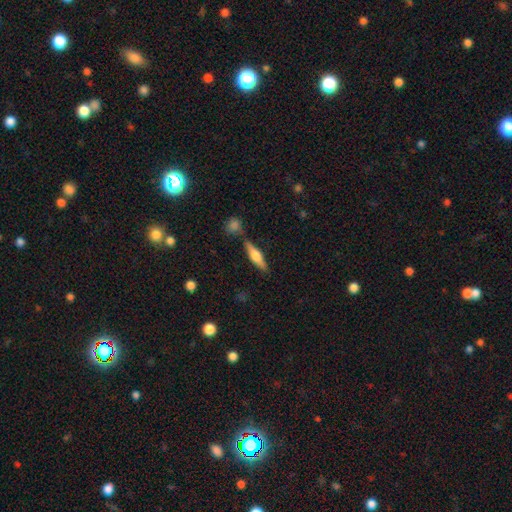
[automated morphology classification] smooth-or-featured: featured or disk: 47% | smooth: 46% | star or artifact: 6%
  merging: none: 77% | minor disturbance: 11% | merger: 9% | major disturbance: 3%